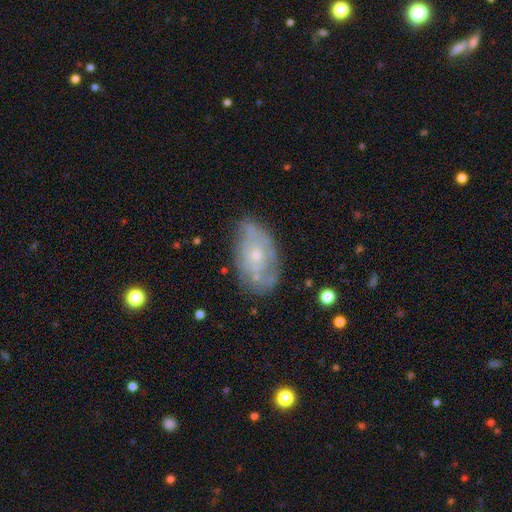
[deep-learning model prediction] This is possibly a featured or disk galaxy (58%). It is clearly not viewed edge-on (93%). Bar: clearly no (84%). Spiral arm pattern: possibly no (53%). Central bulge: likely small (63%). Merging: likely none (64%).